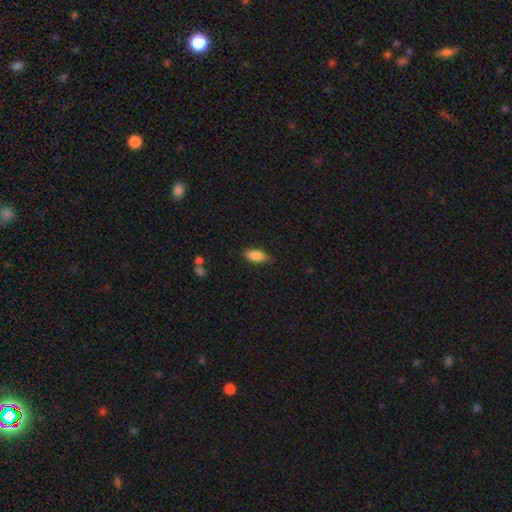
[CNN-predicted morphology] This is clearly a smooth galaxy (84%). How rounded: clearly in between (87%). Merging: likely none (74%).